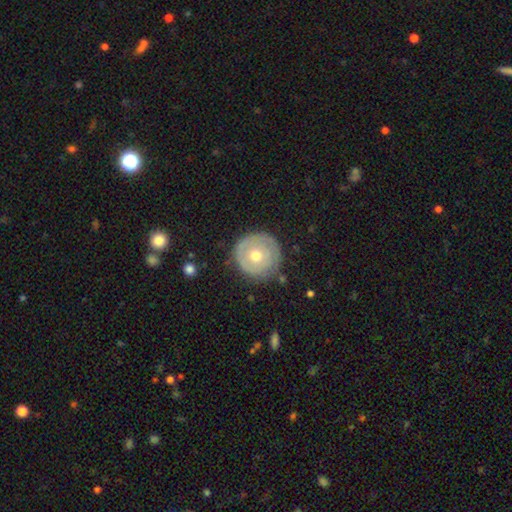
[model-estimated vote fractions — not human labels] This is possibly a featured or disk galaxy (49%). Merging: clearly none (80%).